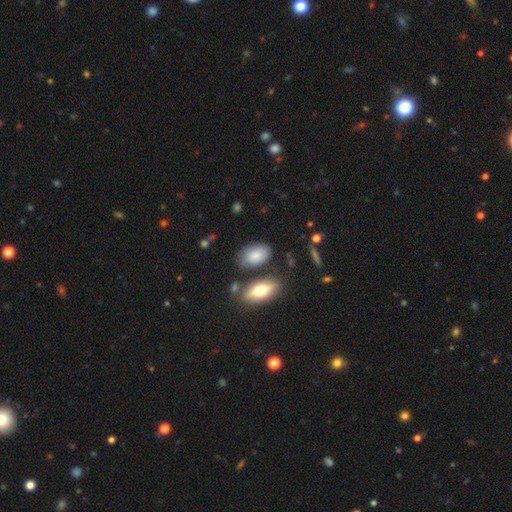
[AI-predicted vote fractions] Smooth or featured: smooth — 81% (featured or disk — 11%)
How rounded: in between — 90% (round — 8%)
Merging: none — 68% (minor disturbance — 19%)